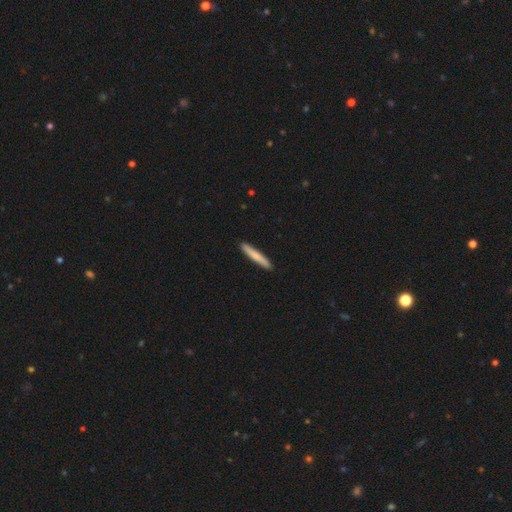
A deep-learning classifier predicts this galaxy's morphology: type=smooth (72%); roundness=cigar-shaped (95%); merging=none (91%).